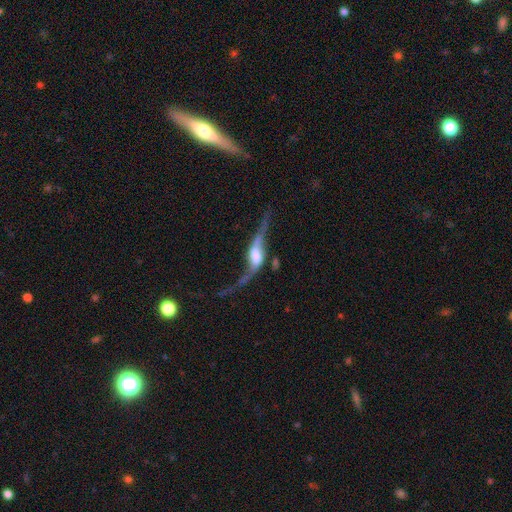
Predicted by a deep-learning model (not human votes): The model was most divided on "bar": no: 38%, weak: 37%, strong: 25%. Remaining: spiral arms — yes (87%); smooth or featured — featured or disk (82%); edge-on disk — no (67%); merging — none (42%); bulge size — large (38%).